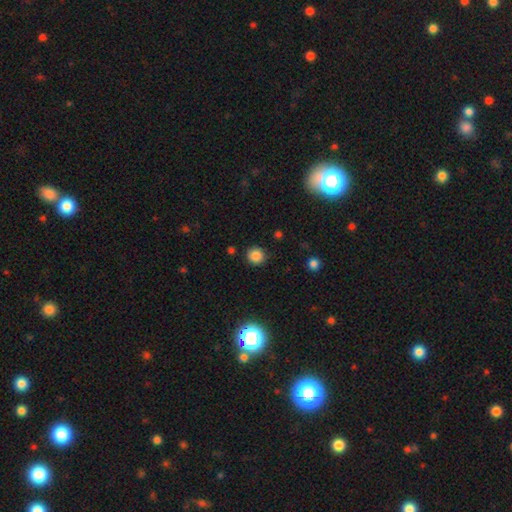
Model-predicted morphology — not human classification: Smooth or featured? Predicted: smooth (p=0.84). How rounded? Predicted: round (p=0.92). Merging? Predicted: none (p=0.89).